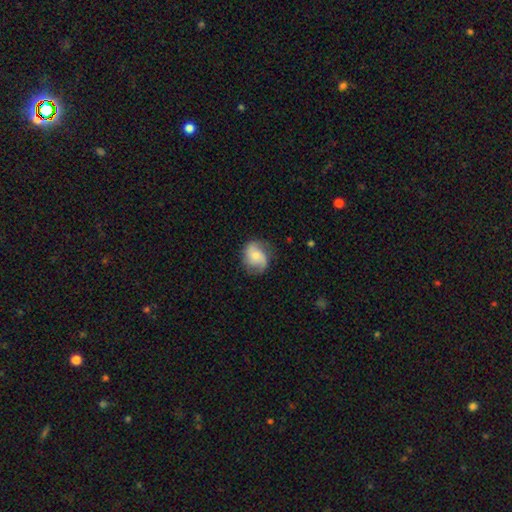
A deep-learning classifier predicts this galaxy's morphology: type=featured or disk (57%); edge-on=no (97%); bar=no (67%); spiral arms=yes (92%); winding=medium (45%); arm count=2 (73%); bulge=small (44%); merging=none (70%).